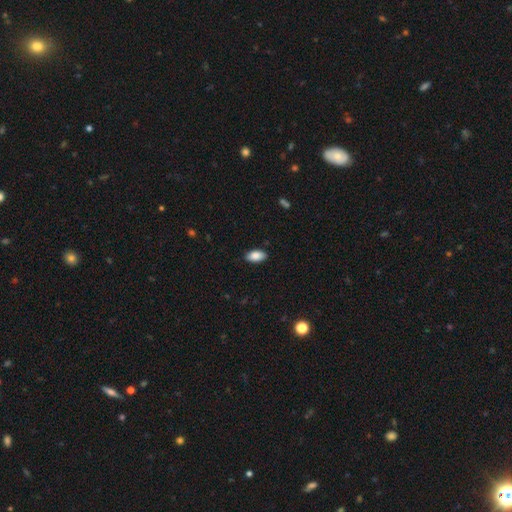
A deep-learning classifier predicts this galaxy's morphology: This is clearly a smooth galaxy (88%). How rounded: clearly in between (94%). Merging: clearly none (87%).